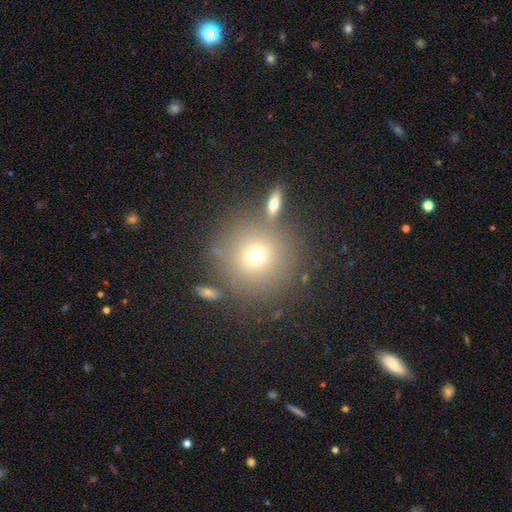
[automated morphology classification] Smooth or featured? Predicted: smooth (p=0.69). How rounded? Predicted: round (p=0.93). Merging? Predicted: none (p=0.76).